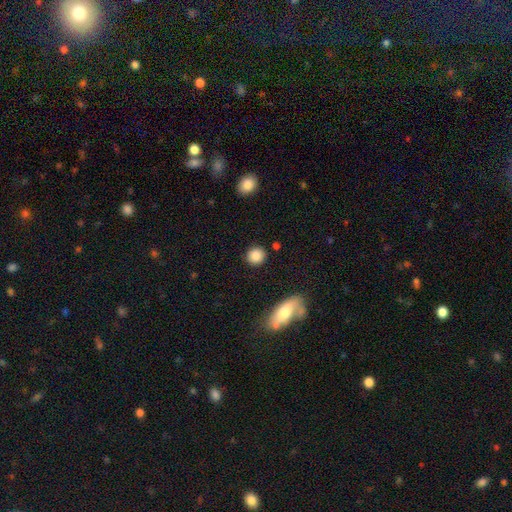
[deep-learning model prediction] Smooth or featured: smooth — 87% (star or artifact — 8%)
How rounded: round — 88% (in between — 11%)
Merging: none — 87% (minor disturbance — 8%)